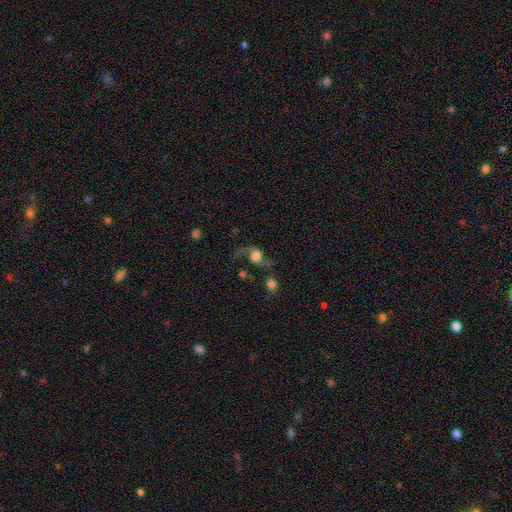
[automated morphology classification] Smooth or featured? Predicted: featured or disk (p=0.70). Edge-on disk? Predicted: no (p=0.94). Bar? Predicted: no (p=0.69). Spiral arms? Predicted: yes (p=0.90). Spiral winding? Predicted: loose (p=0.87). Spiral arm count? Predicted: 2 (p=0.84). Bulge size? Predicted: large (p=0.47). Merging? Predicted: none (p=0.46).